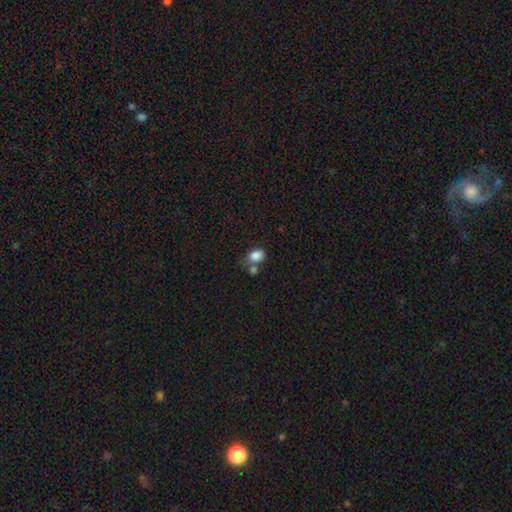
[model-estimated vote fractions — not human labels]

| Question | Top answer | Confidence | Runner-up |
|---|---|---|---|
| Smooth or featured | smooth | 85% | star or artifact (9%) |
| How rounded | in between | 75% | round (24%) |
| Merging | none | 47% | merger (31%) |